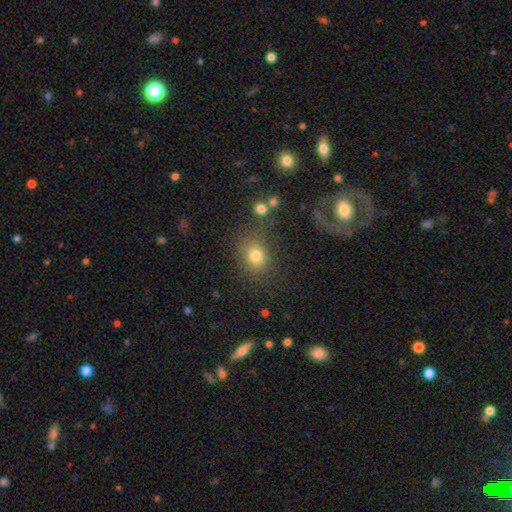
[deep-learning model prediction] Q: Smooth or featured?
A: smooth (75%); runner-up: star or artifact (16%)
Q: How rounded?
A: round (63%); runner-up: in between (36%)
Q: Merging?
A: none (74%); runner-up: minor disturbance (14%)